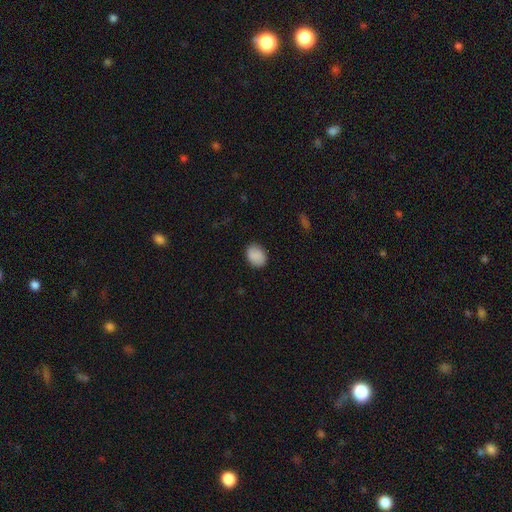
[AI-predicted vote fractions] Smooth or featured: smooth — 88% (star or artifact — 7%)
How rounded: in between — 63% (round — 36%)
Merging: none — 86% (minor disturbance — 10%)